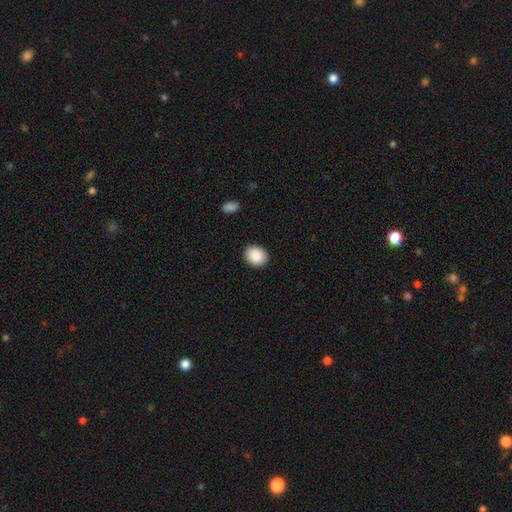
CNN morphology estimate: Smooth or featured?
  - smooth: 90% *
  - star or artifact: 7%
  - featured or disk: 3%
How rounded?
  - round: 52% *
  - in between: 47%
  - cigar-shaped: 1%
Merging?
  - none: 90% *
  - minor disturbance: 7%
  - major disturbance: 2%
  - merger: 1%